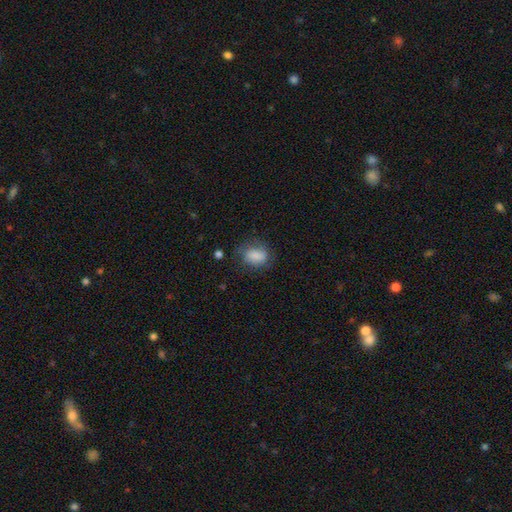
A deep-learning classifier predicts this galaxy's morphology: smooth_or_featured: smooth (p=0.81) [alt: featured or disk p=0.11]
how_rounded: in between (p=0.70) [alt: round p=0.29]
merging: none (p=0.62) [alt: minor disturbance p=0.25]